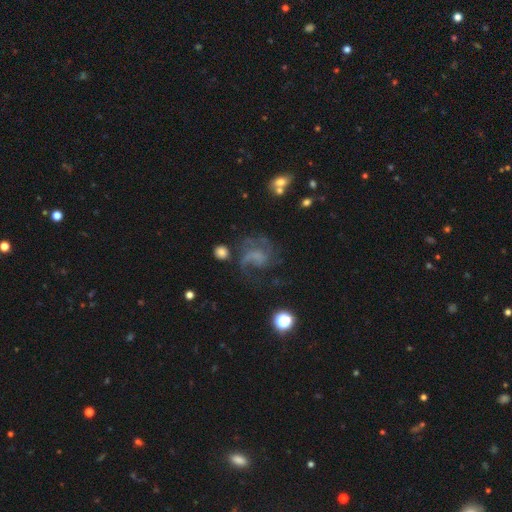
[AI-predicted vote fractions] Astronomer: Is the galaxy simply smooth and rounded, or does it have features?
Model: featured or disk — 71%.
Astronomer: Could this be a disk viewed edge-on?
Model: no — 98%.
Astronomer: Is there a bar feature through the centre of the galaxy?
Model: no — 63%.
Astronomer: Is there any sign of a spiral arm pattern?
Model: yes — 88%.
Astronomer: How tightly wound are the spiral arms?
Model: medium — 44% (runner-up: loose, 36%).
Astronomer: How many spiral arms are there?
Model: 2 — 36% (runner-up: 1, 24%).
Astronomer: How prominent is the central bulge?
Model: none — 58%.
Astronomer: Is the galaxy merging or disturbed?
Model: none — 48% (runner-up: major disturbance, 30%).